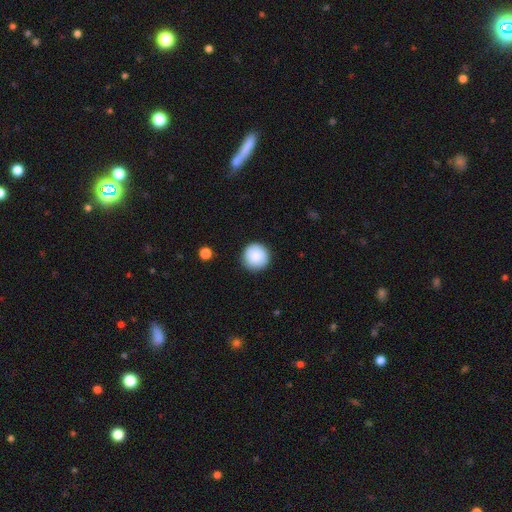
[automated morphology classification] Smooth or featured: smooth — 88% (star or artifact — 7%)
How rounded: round — 96% (in between — 3%)
Merging: none — 90% (minor disturbance — 7%)